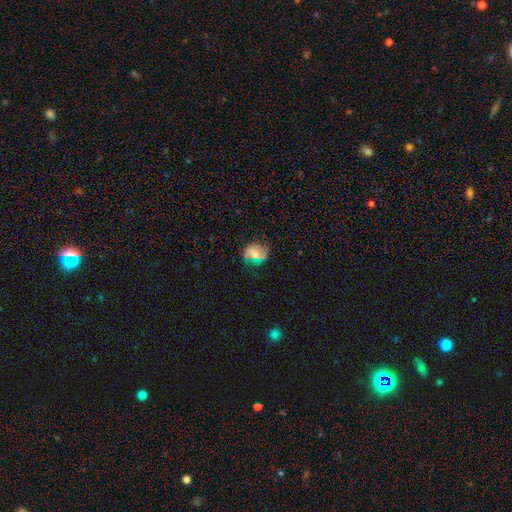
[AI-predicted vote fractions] This appears to be a smooth galaxy with no disk features (53%) that is round (58%). Merging: none (66%).